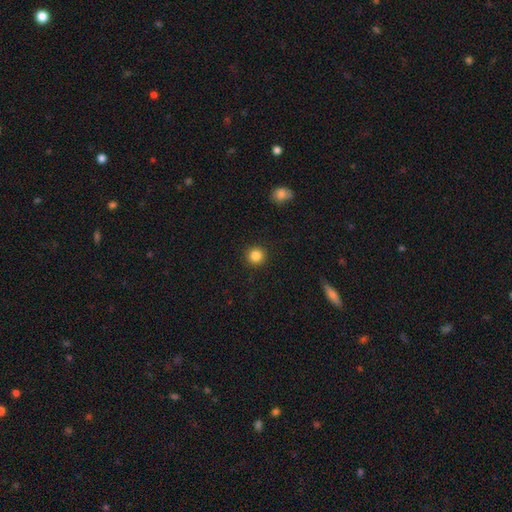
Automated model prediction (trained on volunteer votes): smooth 86%, star or artifact 10%, featured or disk 4%. Down the decision tree: how rounded — round (94%); merging — none (92%).